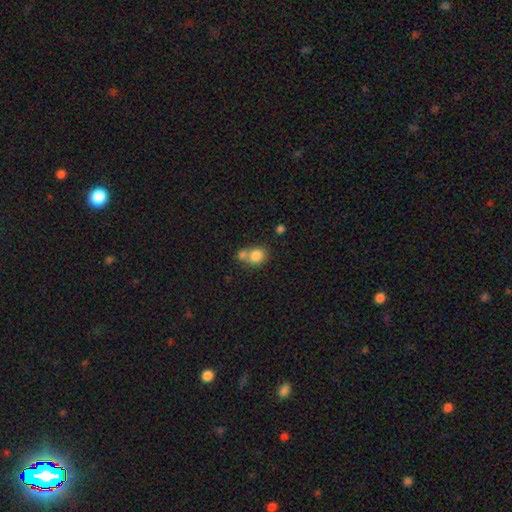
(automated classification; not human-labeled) Smooth or featured? smooth (82%)
How rounded? round (69%)
Merging? merger (48%)